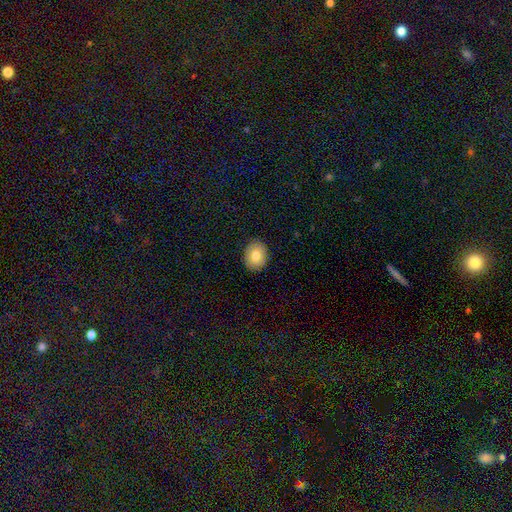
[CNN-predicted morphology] smooth_or_featured: smooth (p=0.80) [alt: featured or disk p=0.12]
how_rounded: in between (p=0.54) [alt: round p=0.45]
merging: none (p=0.88) [alt: minor disturbance p=0.09]